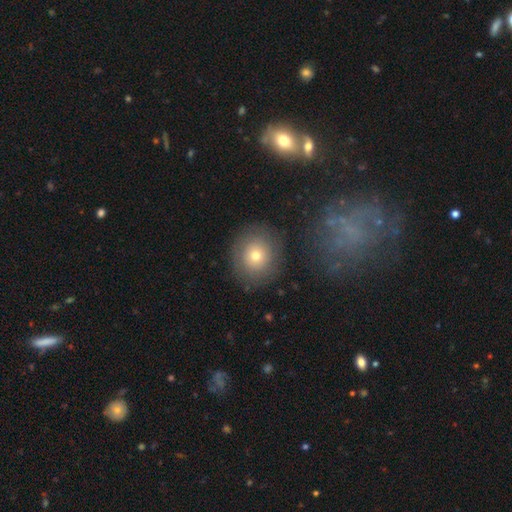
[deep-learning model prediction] This appears to be a smooth galaxy with no disk features (70%) that is round (84%). Merging: none (83%).